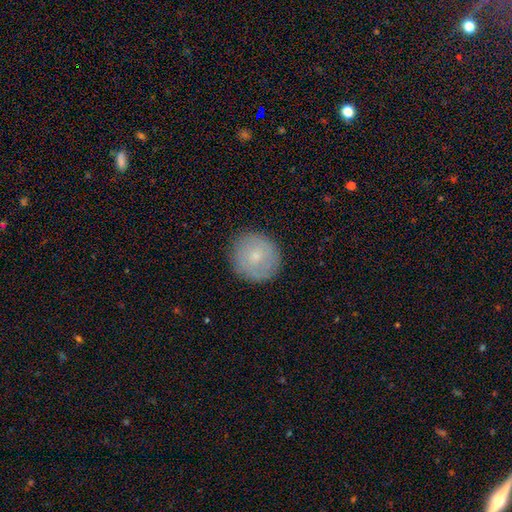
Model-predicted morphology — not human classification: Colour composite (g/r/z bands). It shows a smooth galaxy with no disk features (66%) that is round (92%). Merging: none (88%).